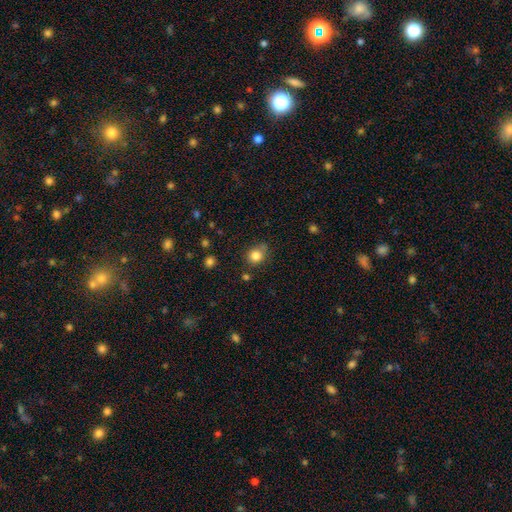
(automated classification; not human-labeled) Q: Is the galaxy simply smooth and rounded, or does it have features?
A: smooth — 83%.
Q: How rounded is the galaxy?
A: round — 76%.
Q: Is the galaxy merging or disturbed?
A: none — 64%.